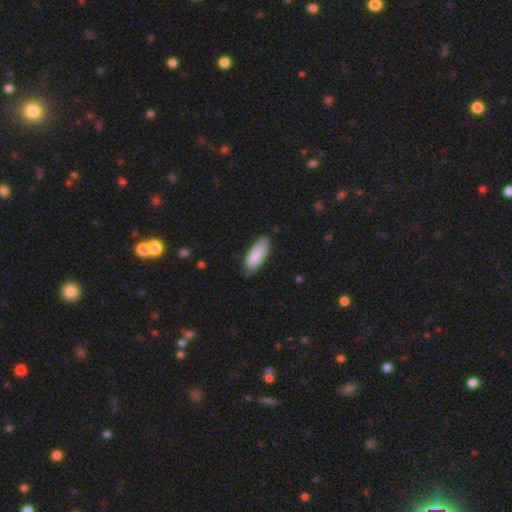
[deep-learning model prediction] Q: Smooth or featured?
A: smooth (86%); runner-up: featured or disk (9%)
Q: How rounded?
A: in between (75%); runner-up: cigar-shaped (23%)
Q: Merging?
A: none (70%); runner-up: minor disturbance (25%)